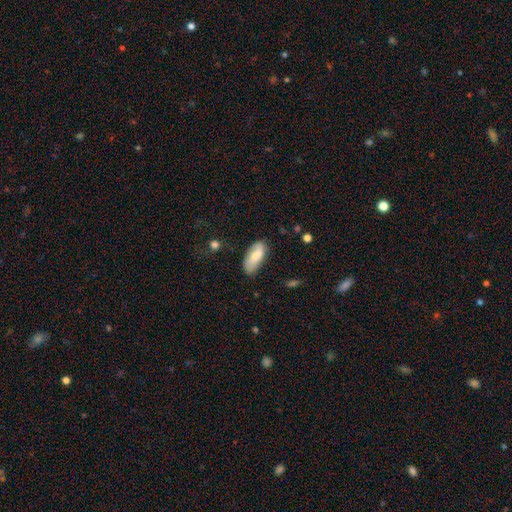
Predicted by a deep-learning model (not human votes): A smooth galaxy with no disk features (72%) that is in between round and cigar-shaped (87%).

Vote fractions:
- Smooth or featured? smooth: 72% / featured or disk: 22% / star or artifact: 6%
- How rounded? in between: 87% / cigar-shaped: 10% / round: 2%
- Merging? none: 73% / minor disturbance: 21% / major disturbance: 4% / merger: 2%